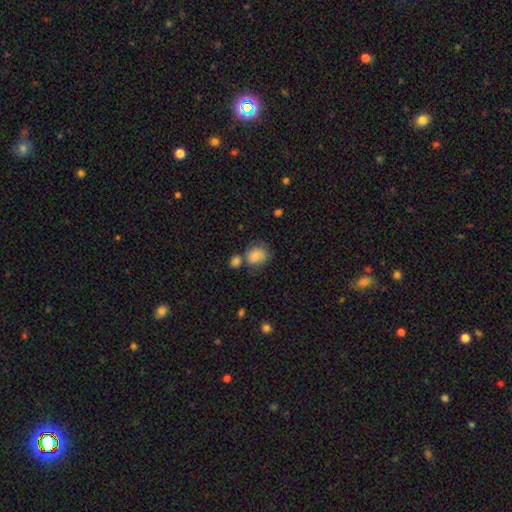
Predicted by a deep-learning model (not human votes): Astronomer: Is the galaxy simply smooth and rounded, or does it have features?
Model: smooth — 83%.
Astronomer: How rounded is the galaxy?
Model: round — 50% (runner-up: in between, 48%).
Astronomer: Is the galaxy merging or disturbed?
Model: none — 47% (runner-up: merger, 26%).